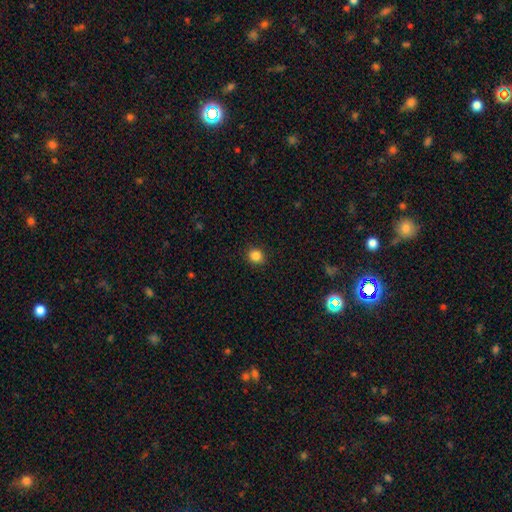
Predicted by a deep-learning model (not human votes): Overall: smooth (85%). How rounded: round (76%). Merging: none (90%).